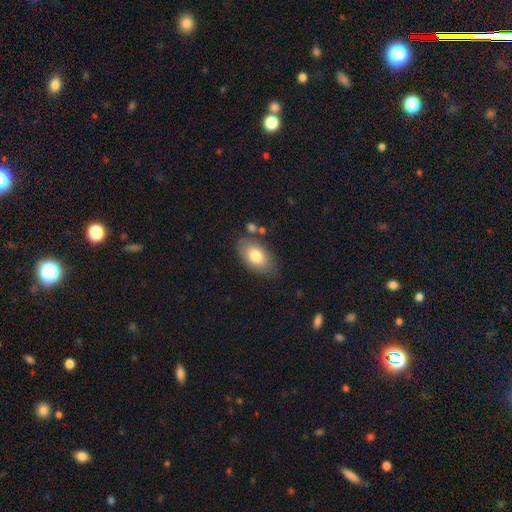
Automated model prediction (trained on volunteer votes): Q: Smooth or featured?
A: smooth (77%); runner-up: featured or disk (16%)
Q: How rounded?
A: in between (92%); runner-up: round (5%)
Q: Merging?
A: none (72%); runner-up: minor disturbance (18%)